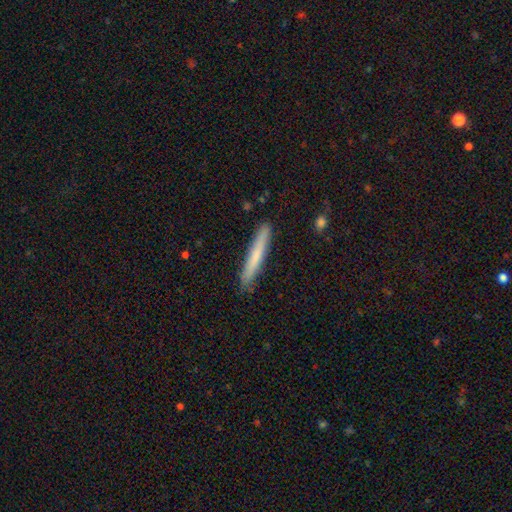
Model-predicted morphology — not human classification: A smooth galaxy with no disk features (71%) that is cigar-shaped (96%).

Vote fractions:
- Smooth or featured? smooth: 71% / featured or disk: 23% / star or artifact: 6%
- How rounded? cigar-shaped: 96% / in between: 3% / round: 1%
- Merging? none: 89% / minor disturbance: 9% / major disturbance: 2% / merger: 1%